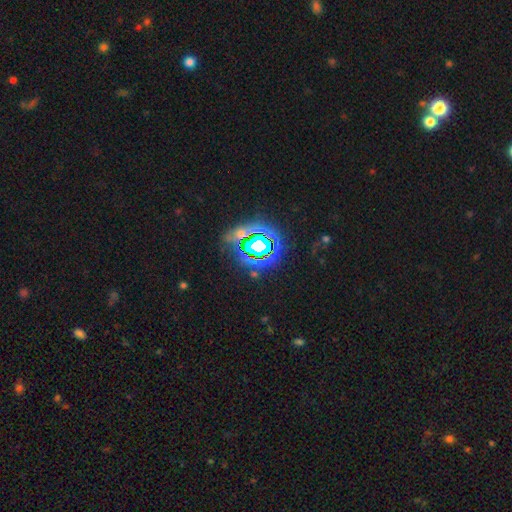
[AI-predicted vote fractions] star or artifact 81%, smooth 12%, featured or disk 7%.